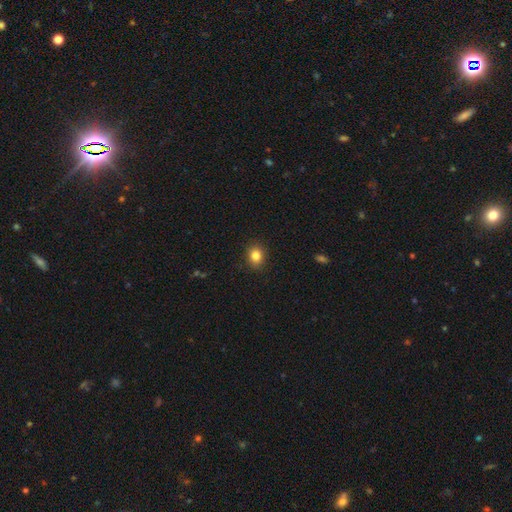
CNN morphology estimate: The model was most divided on "how rounded": round: 59%, in between: 40%, cigar-shaped: 1%. More confident: merging — none (89%); smooth or featured — smooth (84%).